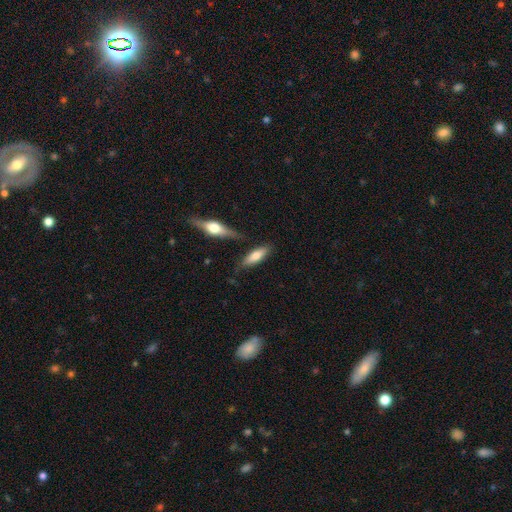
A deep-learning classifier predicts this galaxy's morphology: Smooth or featured? Predicted: smooth (p=0.69). How rounded? Predicted: in between (p=0.54). Merging? Predicted: none (p=0.74).